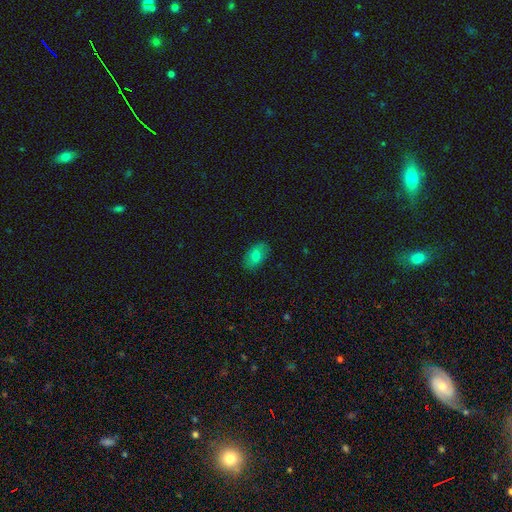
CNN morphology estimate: smooth 74%, featured or disk 17%, star or artifact 8%. Down the decision tree: how rounded — in between (91%); merging — none (85%).